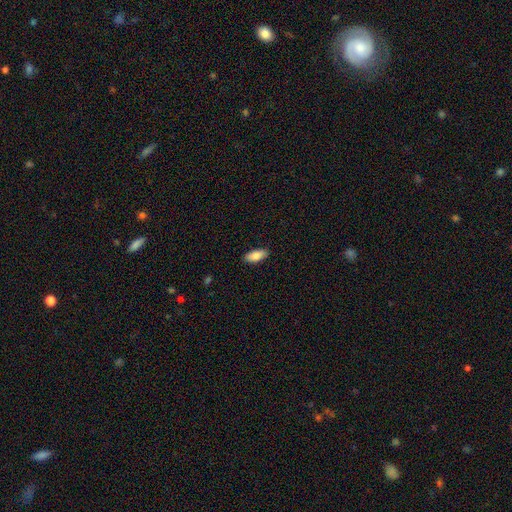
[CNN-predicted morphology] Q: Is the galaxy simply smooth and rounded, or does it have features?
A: smooth — 85%.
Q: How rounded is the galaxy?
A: in between — 85%.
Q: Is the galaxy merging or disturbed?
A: none — 88%.